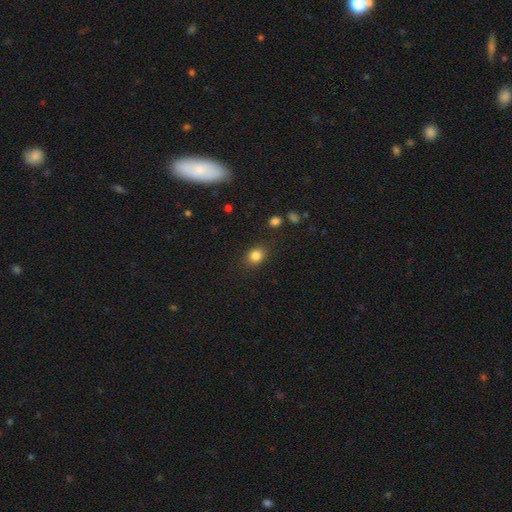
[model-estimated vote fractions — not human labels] smooth_or_featured: smooth (p=0.83) [alt: star or artifact p=0.11]
how_rounded: round (p=0.56) [alt: in between p=0.42]
merging: none (p=0.85) [alt: minor disturbance p=0.11]